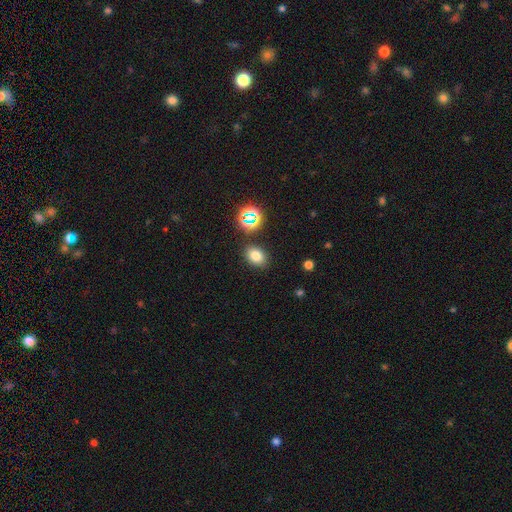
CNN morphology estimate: Q: Smooth or featured?
A: smooth (75%); runner-up: star or artifact (17%)
Q: How rounded?
A: in between (70%); runner-up: round (29%)
Q: Merging?
A: none (84%); runner-up: minor disturbance (9%)